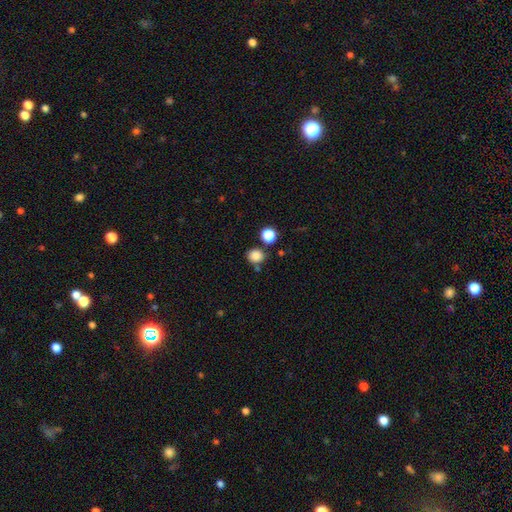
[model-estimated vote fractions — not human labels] Smooth or featured: smooth — 84% (star or artifact — 12%)
How rounded: round — 75% (in between — 24%)
Merging: none — 75% (merger — 11%)